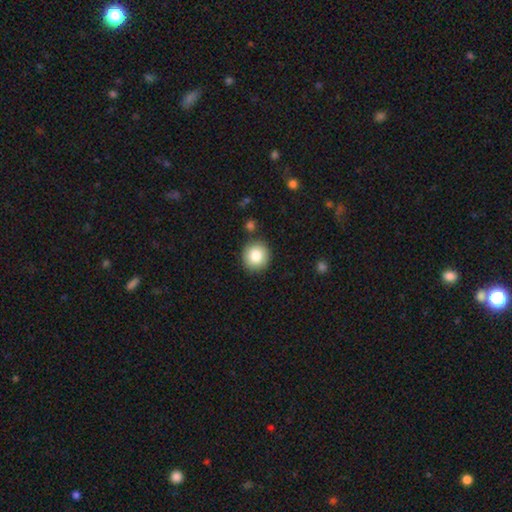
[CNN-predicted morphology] This is clearly a smooth galaxy (83%). How rounded: clearly round (91%). Merging: clearly none (86%).